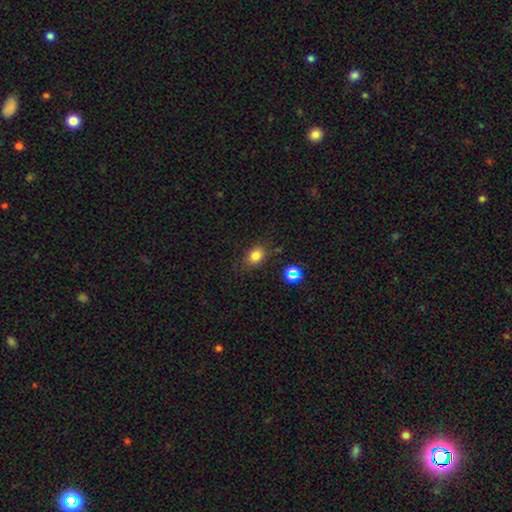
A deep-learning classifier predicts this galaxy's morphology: The model was most divided on "how rounded": in between: 68%, round: 31%, cigar-shaped: 1%. More confident: merging — none (78%); smooth or featured — smooth (78%).